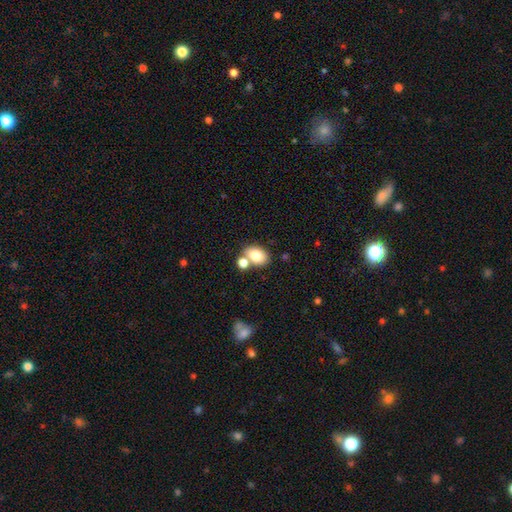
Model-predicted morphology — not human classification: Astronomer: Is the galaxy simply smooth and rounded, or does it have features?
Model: smooth — 78%.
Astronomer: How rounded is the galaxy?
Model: in between — 75%.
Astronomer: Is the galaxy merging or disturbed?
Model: none — 57%.